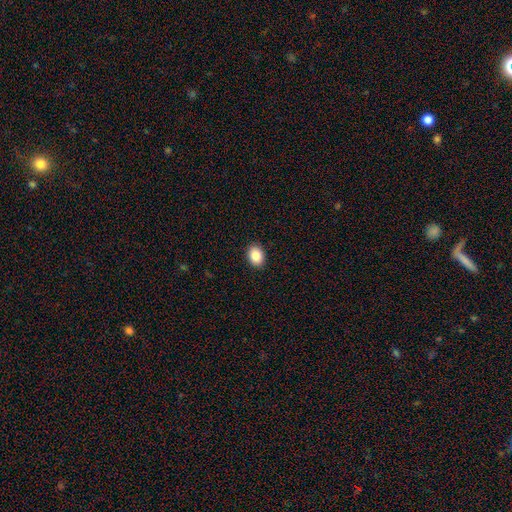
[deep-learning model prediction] This is clearly a smooth galaxy (87%). How rounded: likely in between (68%). Merging: clearly none (91%).